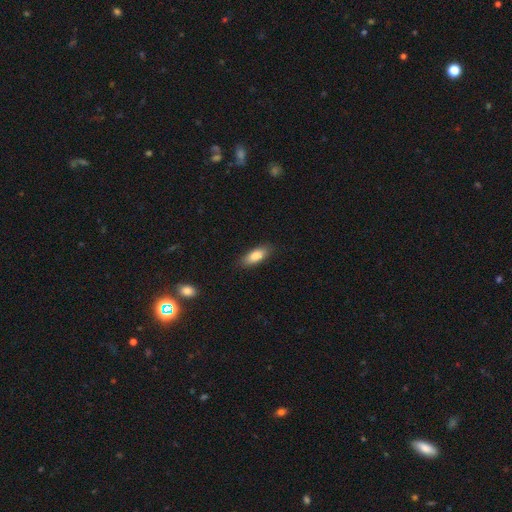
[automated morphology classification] Q: Smooth or featured?
A: smooth (83%); runner-up: featured or disk (10%)
Q: How rounded?
A: in between (75%); runner-up: cigar-shaped (22%)
Q: Merging?
A: none (85%); runner-up: minor disturbance (12%)